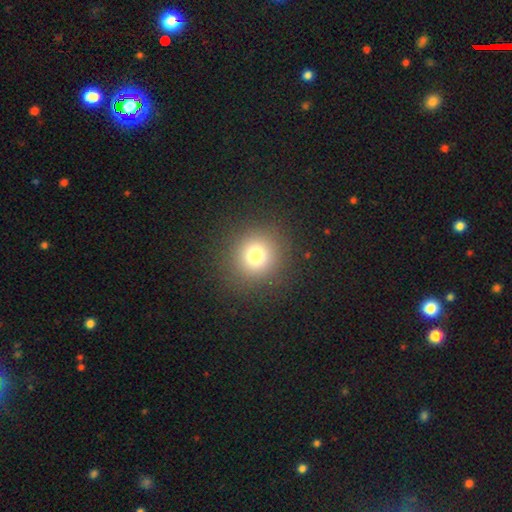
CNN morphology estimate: smooth-or-featured: smooth: 75% | star or artifact: 16% | featured or disk: 8%
  how-rounded: round: 91% | in between: 8% | cigar-shaped: 1%
  merging: none: 89% | minor disturbance: 6% | major disturbance: 4% | merger: 1%